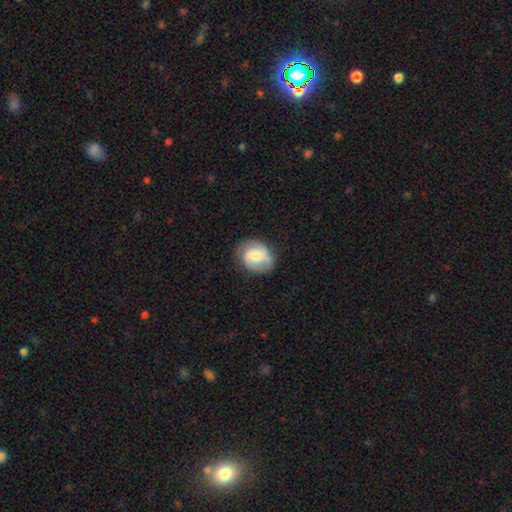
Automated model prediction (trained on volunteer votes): smooth-or-featured: featured or disk: 61% | smooth: 32% | star or artifact: 7%
  disk-edge-on: no: 98% | yes: 2%
    bar: weak: 44% (tied) | no: 44% (tied) | strong: 12%
    has-spiral-arms: yes: 89% | no: 11%
      spiral-winding: medium: 47% | tight: 29% | loose: 24%
      spiral-arm-count: 2: 79% | can't tell: 10% | 1: 5% | 3: 4% | 4: 1% | more than 4: 1%
    bulge-size: moderate: 45% | small: 31% | large: 14% | none: 8% | dominant: 2%
  merging: none: 71% | minor disturbance: 19% | major disturbance: 7% | merger: 3%